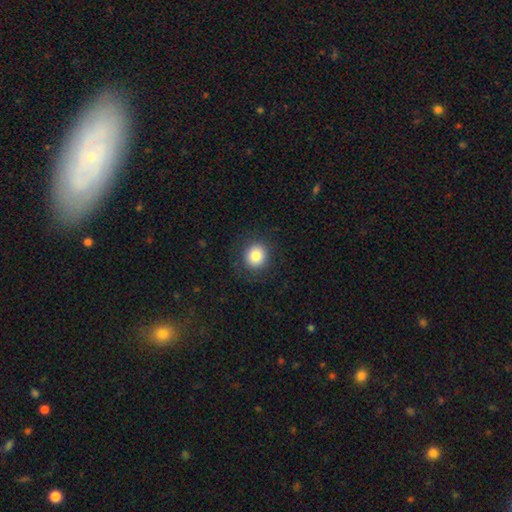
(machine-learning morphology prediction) A smooth galaxy with no disk features (84%) that is round (87%).

Vote fractions:
- Smooth or featured? smooth: 84% / star or artifact: 10% / featured or disk: 6%
- How rounded? round: 87% / in between: 13% / cigar-shaped: 1%
- Merging? none: 89% / minor disturbance: 7% / major disturbance: 3% / merger: 1%